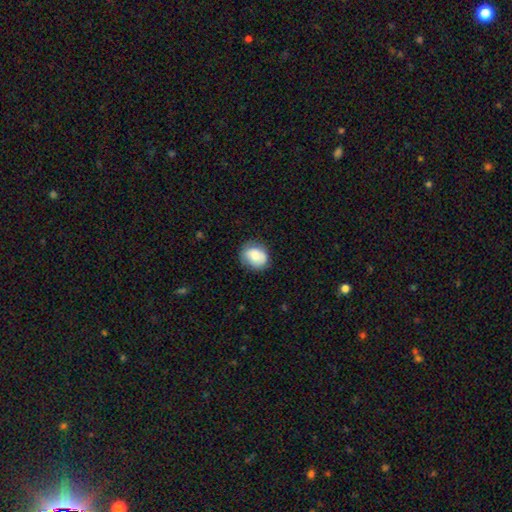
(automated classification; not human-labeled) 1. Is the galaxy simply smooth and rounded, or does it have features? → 77% smooth, 16% featured or disk, 8% star or artifact.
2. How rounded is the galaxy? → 58% round, 41% in between, 1% cigar-shaped.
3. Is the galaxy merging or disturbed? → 71% none, 22% minor disturbance, 6% major disturbance, 1% merger.